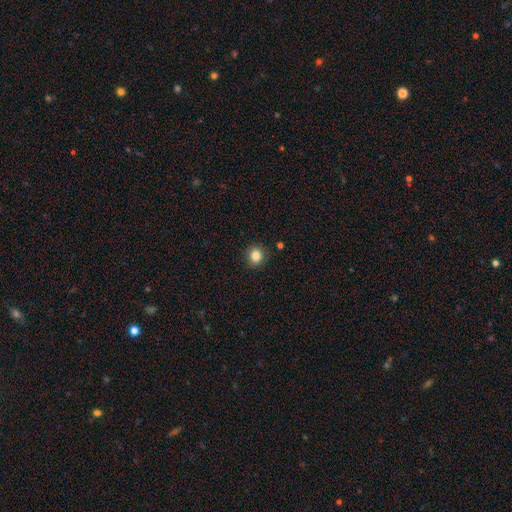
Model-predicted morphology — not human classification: smooth 84%, star or artifact 11%, featured or disk 5%. Down the decision tree: how rounded — round (82%); merging — none (90%).